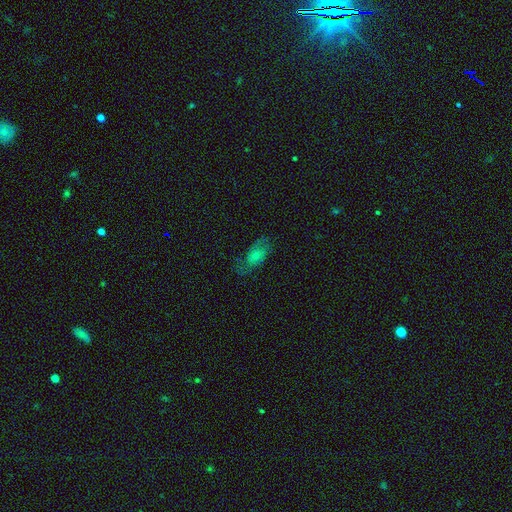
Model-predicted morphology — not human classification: The model was most divided on "smooth or featured": smooth: 49%, featured or disk: 43%, star or artifact: 9%. More confident: merging — none (60%).